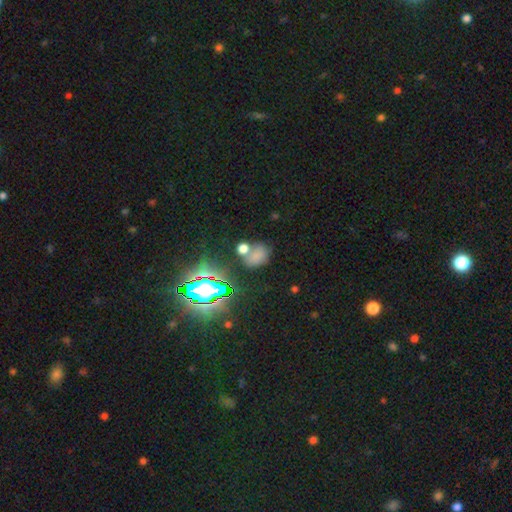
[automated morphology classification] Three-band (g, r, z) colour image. It shows a smooth galaxy with no disk features (63%) that is in between round and cigar-shaped (55%). Merging: none (50%).